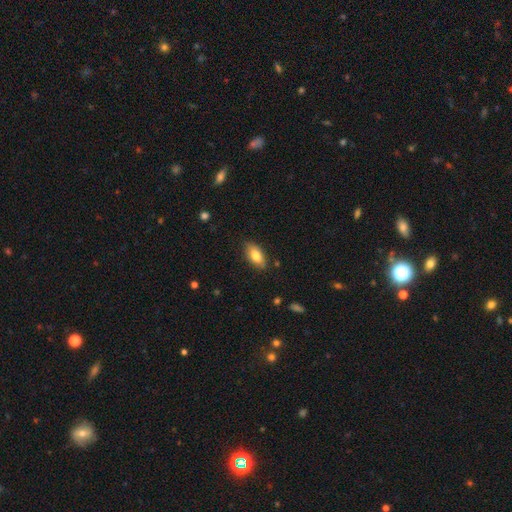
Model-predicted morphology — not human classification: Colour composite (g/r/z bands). It shows a smooth galaxy with no disk features (80%) that is in between round and cigar-shaped (89%). Merging: none (84%).